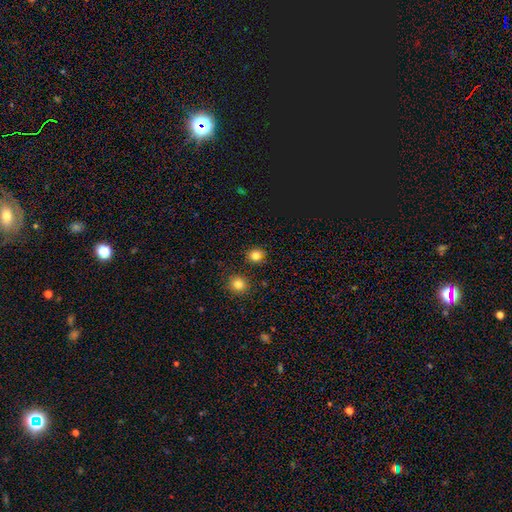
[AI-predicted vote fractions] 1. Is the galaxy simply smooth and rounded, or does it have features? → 82% smooth, 13% star or artifact, 5% featured or disk.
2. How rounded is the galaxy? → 78% round, 21% in between, 1% cigar-shaped.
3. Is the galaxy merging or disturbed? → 83% none, 10% minor disturbance, 4% merger, 3% major disturbance.